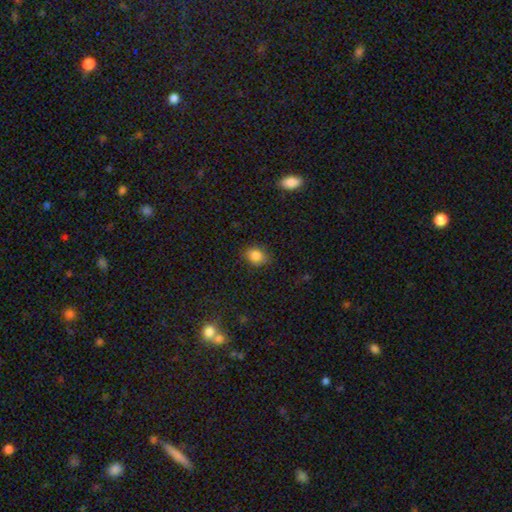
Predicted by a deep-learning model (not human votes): This appears to be a smooth galaxy with no disk features (84%) that is in between round and cigar-shaped (54%). Merging: none (83%).